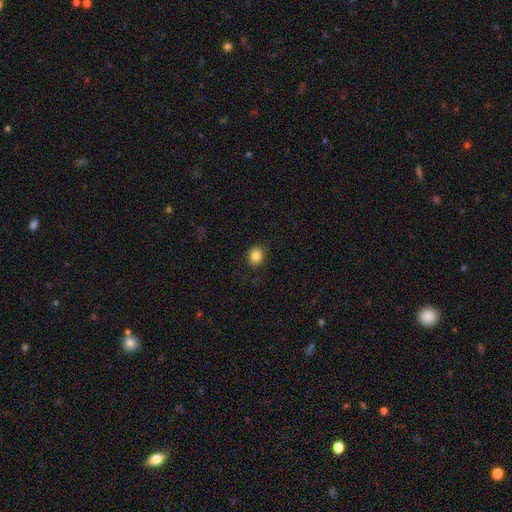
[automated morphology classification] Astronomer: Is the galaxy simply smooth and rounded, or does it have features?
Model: smooth — 84%.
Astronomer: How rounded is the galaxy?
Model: round — 61% (runner-up: in between, 38%).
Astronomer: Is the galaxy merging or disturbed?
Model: none — 87%.